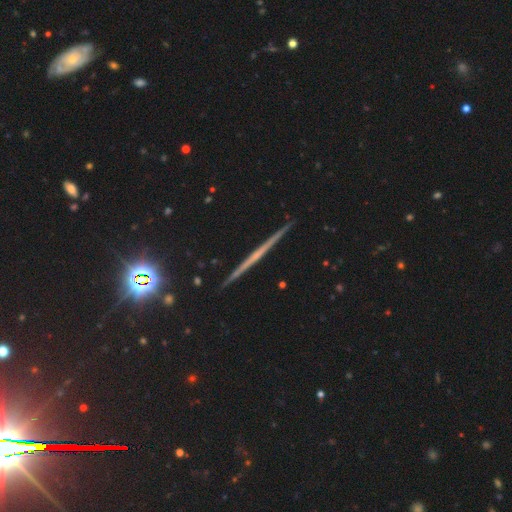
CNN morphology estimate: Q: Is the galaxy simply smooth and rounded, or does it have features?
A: featured or disk — 69%.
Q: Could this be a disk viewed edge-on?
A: yes — 98%.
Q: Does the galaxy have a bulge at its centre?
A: none — 75%.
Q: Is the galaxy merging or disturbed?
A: none — 92%.